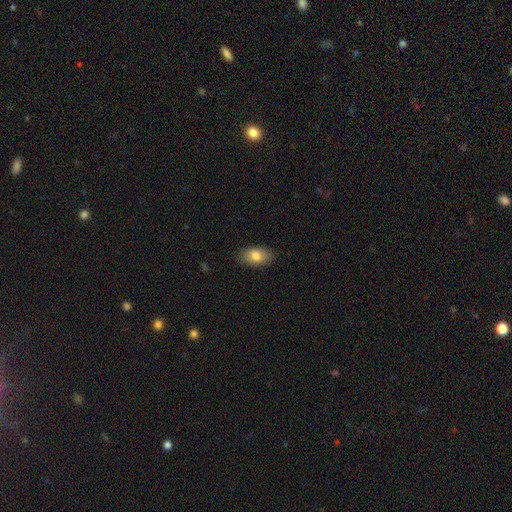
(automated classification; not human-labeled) A smooth galaxy with no disk features (79%) that is in between round and cigar-shaped (92%).

Vote fractions:
- Smooth or featured? smooth: 79% / featured or disk: 14% / star or artifact: 7%
- How rounded? in between: 92% / round: 5% / cigar-shaped: 3%
- Merging? none: 85% / minor disturbance: 11% / major disturbance: 2% / merger: 1%